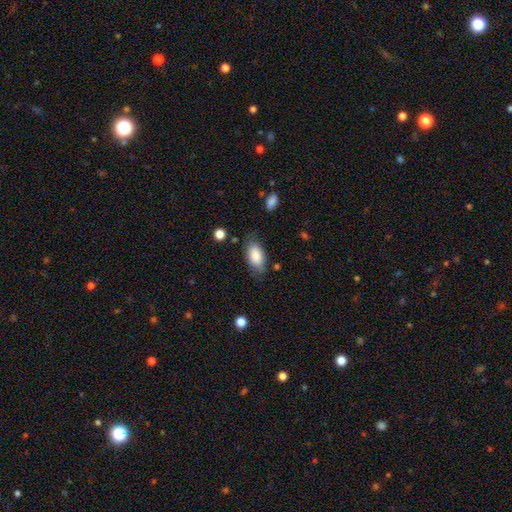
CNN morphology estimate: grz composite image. It shows a smooth galaxy with no disk features (85%) that is in between round and cigar-shaped (91%). Merging: none (75%).